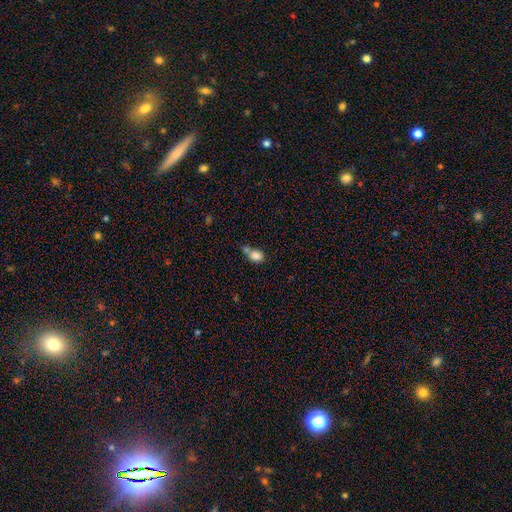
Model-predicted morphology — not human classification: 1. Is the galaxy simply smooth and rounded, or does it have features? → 82% smooth, 10% star or artifact, 8% featured or disk.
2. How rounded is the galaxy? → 51% round, 47% in between, 1% cigar-shaped.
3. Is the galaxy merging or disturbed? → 41% none, 40% merger, 14% minor disturbance, 5% major disturbance.